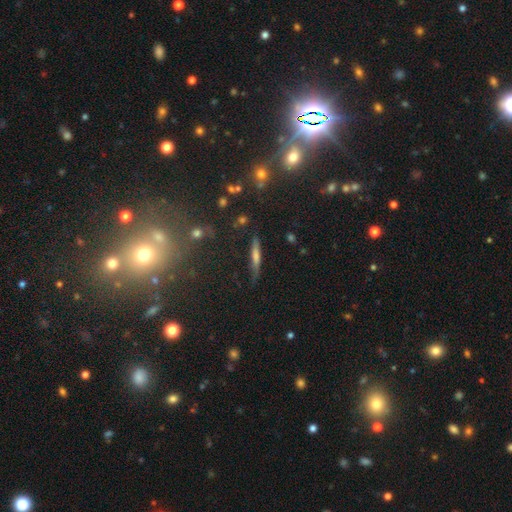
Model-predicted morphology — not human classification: smooth_or_featured: smooth (p=0.46) [alt: featured or disk p=0.41]
merging: none (p=0.78) [alt: minor disturbance p=0.15]